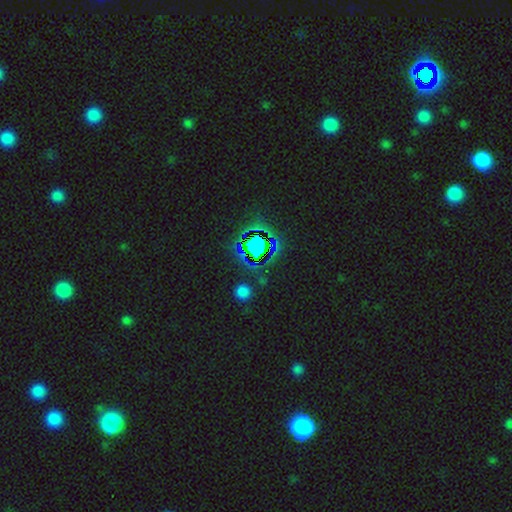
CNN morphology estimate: smooth-or-featured: star or artifact: 78% | smooth: 13% | featured or disk: 9%